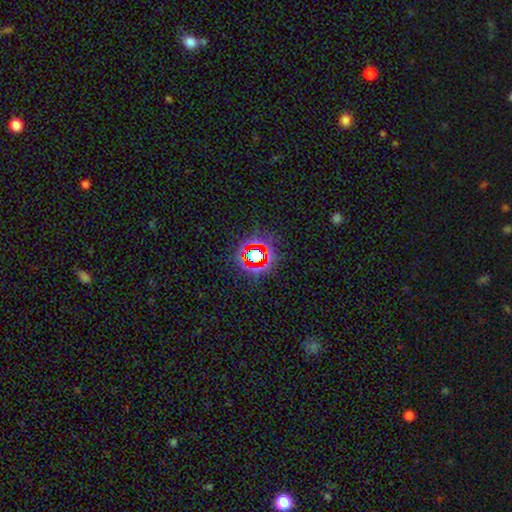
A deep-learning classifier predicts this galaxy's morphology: Smooth or featured: star or artifact — 71% (smooth — 18%)